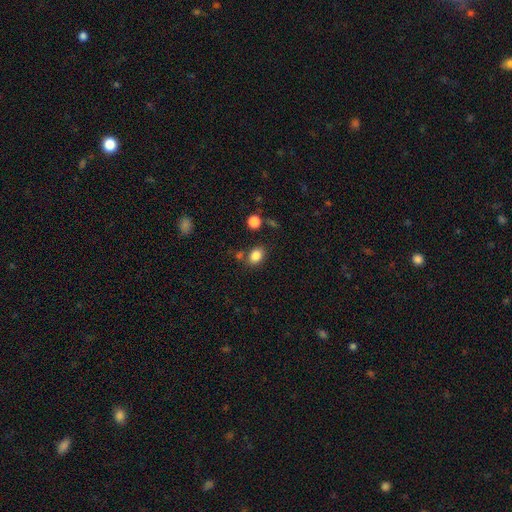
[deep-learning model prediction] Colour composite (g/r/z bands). It shows a smooth galaxy with no disk features (84%) that is in between round and cigar-shaped (69%). Merging: none (75%).